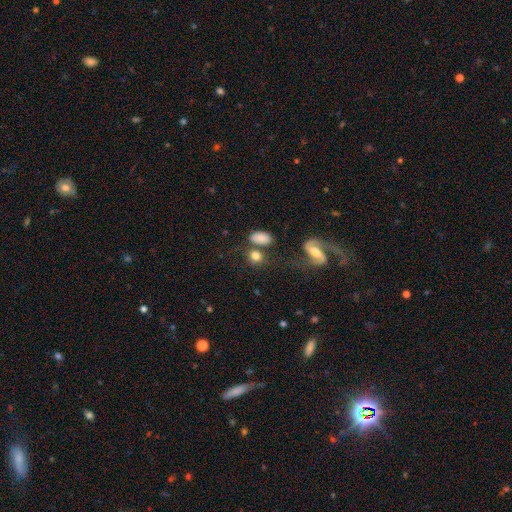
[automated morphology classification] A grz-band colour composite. It shows a smooth galaxy with no disk features (75%) that is in between round and cigar-shaped (55%). Merging: none (59%).